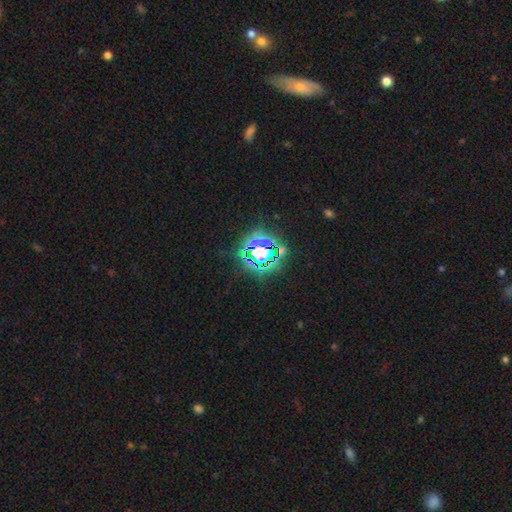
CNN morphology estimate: This appears to be a star or artifact, not a galaxy (75%).